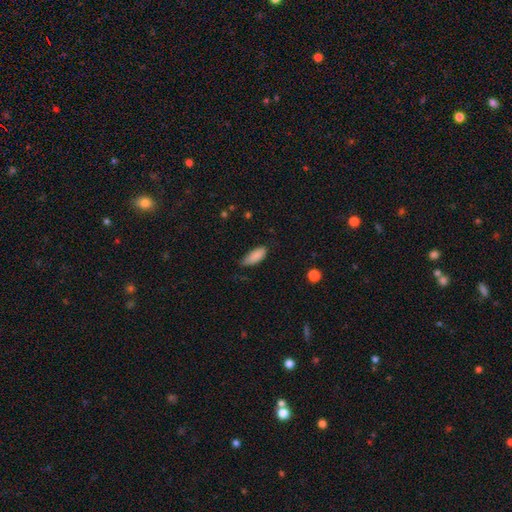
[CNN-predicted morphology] Smooth or featured? Predicted: smooth (p=0.88). How rounded? Predicted: in between (p=0.78). Merging? Predicted: none (p=0.65).